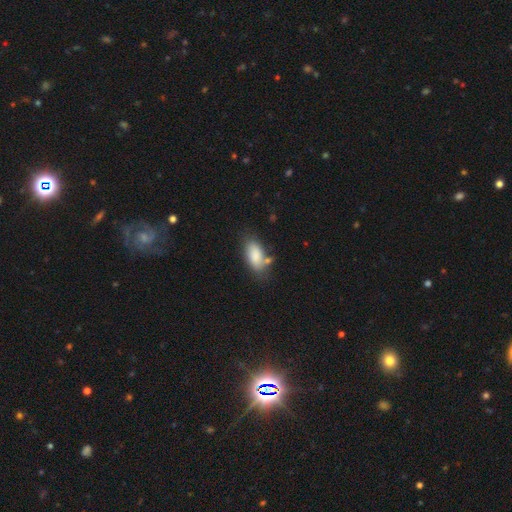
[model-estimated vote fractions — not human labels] smooth_or_featured: smooth (p=0.85) [alt: featured or disk p=0.08]
how_rounded: in between (p=0.91) [alt: cigar-shaped p=0.06]
merging: none (p=0.61) [alt: minor disturbance p=0.21]